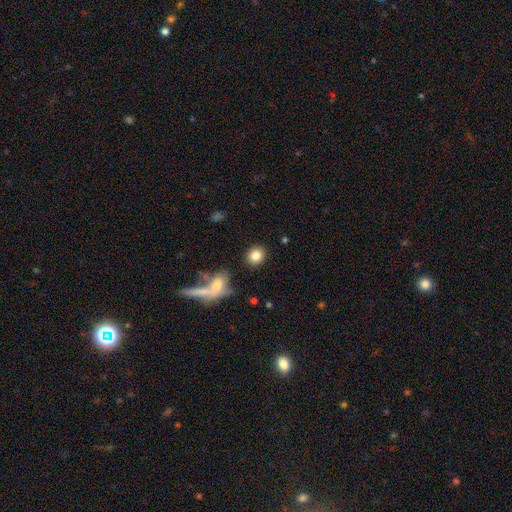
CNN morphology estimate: Smooth or featured? Predicted: smooth (p=0.83). How rounded? Predicted: round (p=0.77). Merging? Predicted: none (p=0.85).